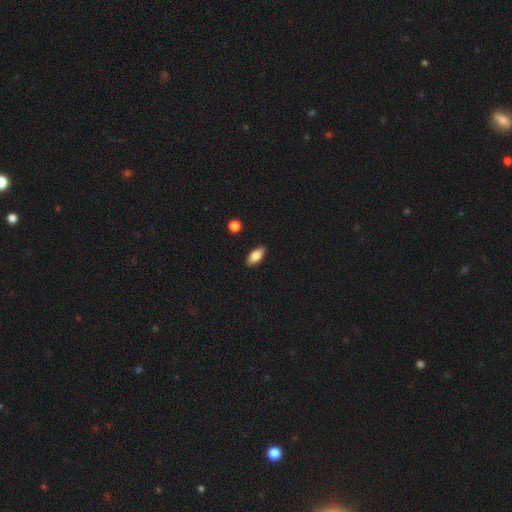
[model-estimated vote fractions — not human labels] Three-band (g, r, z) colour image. It shows a smooth galaxy with no disk features (83%) that is in between round and cigar-shaped (88%). Merging: none (88%).